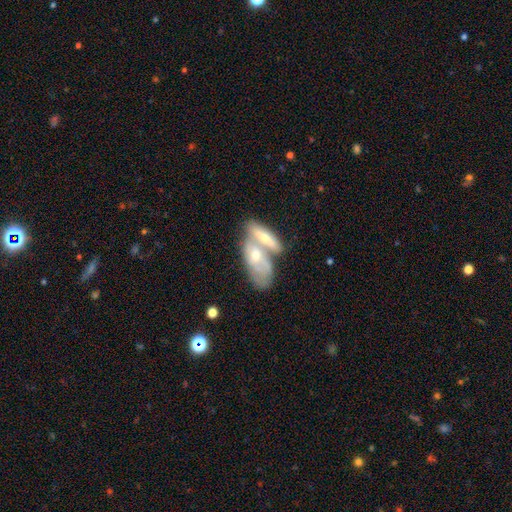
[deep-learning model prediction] The model was most divided on "smooth or featured": featured or disk: 50%, smooth: 45%, star or artifact: 5%. More confident: merging — merger (64%).